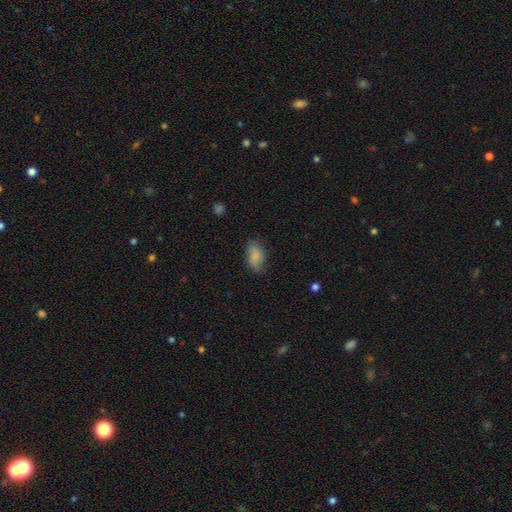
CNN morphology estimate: This is clearly a smooth galaxy (81%). How rounded: clearly in between (92%). Merging: likely none (69%).